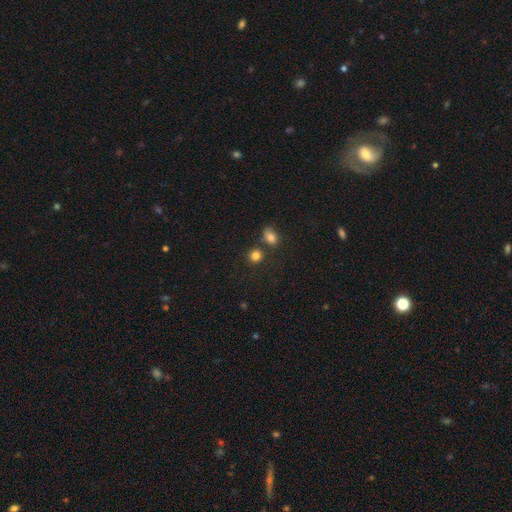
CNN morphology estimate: smooth 82%, star or artifact 12%, featured or disk 6%. Down the decision tree: how rounded — round (82%); merging — none (72%).